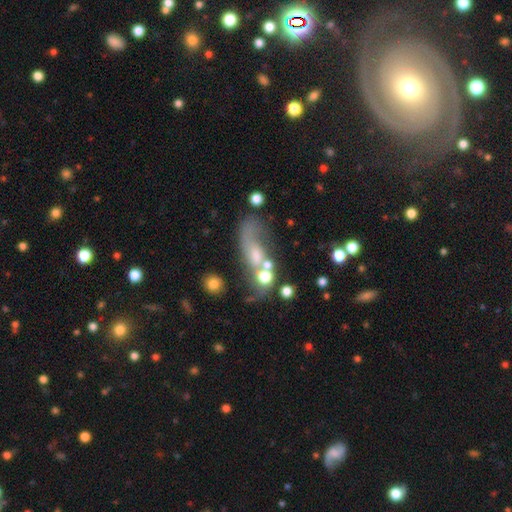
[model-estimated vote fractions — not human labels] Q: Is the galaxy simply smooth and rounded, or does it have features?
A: featured or disk — 43%.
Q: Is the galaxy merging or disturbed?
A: none — 32%.